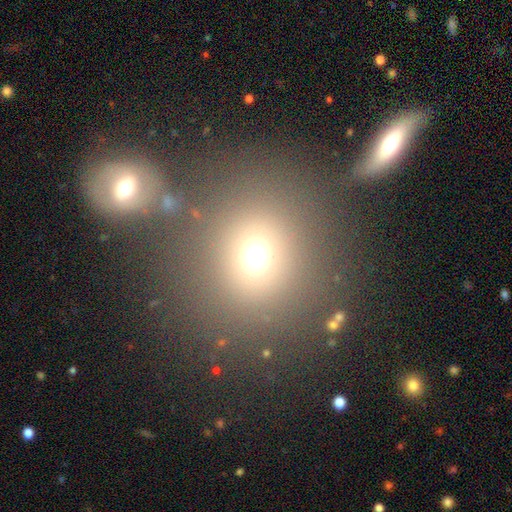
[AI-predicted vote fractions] Smooth or featured: smooth — 70% (star or artifact — 20%)
How rounded: round — 85% (in between — 14%)
Merging: none — 65% (merger — 19%)